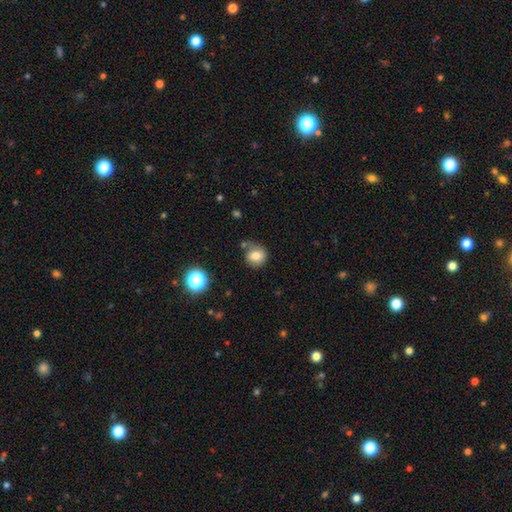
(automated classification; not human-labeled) smooth_or_featured: smooth (p=0.79) [alt: star or artifact p=0.11]
how_rounded: round (p=0.75) [alt: in between p=0.24]
merging: none (p=0.61) [alt: minor disturbance p=0.21]